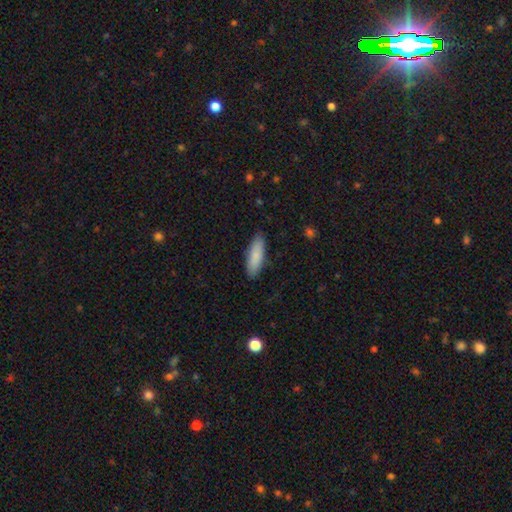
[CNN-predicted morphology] smooth_or_featured: smooth (p=0.85) [alt: featured or disk p=0.10]
how_rounded: in between (p=0.52) [alt: cigar-shaped p=0.47]
merging: none (p=0.87) [alt: minor disturbance p=0.10]